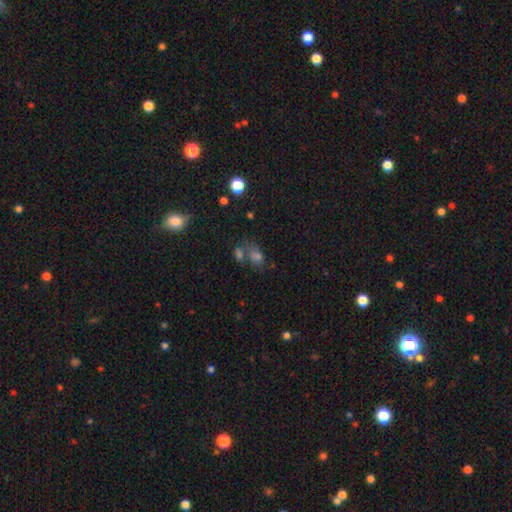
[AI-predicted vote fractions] Smooth or featured: smooth — 58% (star or artifact — 27%)
How rounded: in between — 67% (round — 30%)
Merging: none — 44% (merger — 33%)